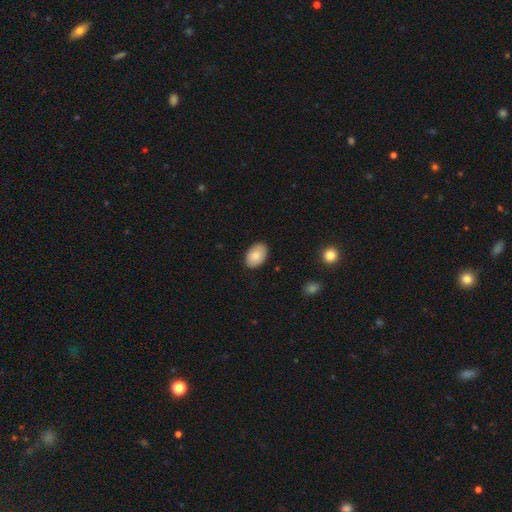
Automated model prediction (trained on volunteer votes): Smooth or featured?
  - smooth: 82% *
  - featured or disk: 11%
  - star or artifact: 7%
How rounded?
  - in between: 89% *
  - round: 10%
  - cigar-shaped: 1%
Merging?
  - none: 84% *
  - minor disturbance: 12%
  - major disturbance: 2%
  - merger: 1%